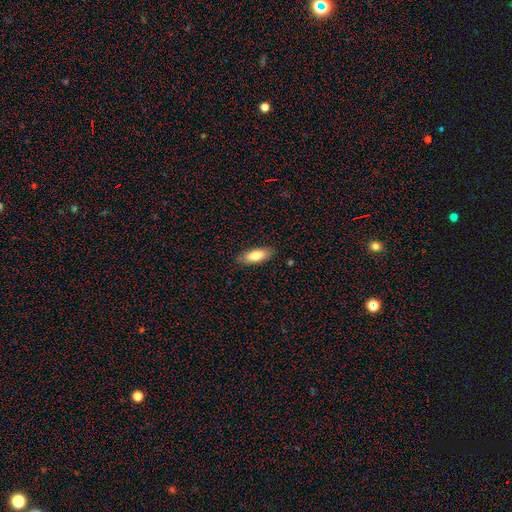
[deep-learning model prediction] This is likely a smooth galaxy (78%). How rounded: likely in between (75%). Merging: clearly none (85%).